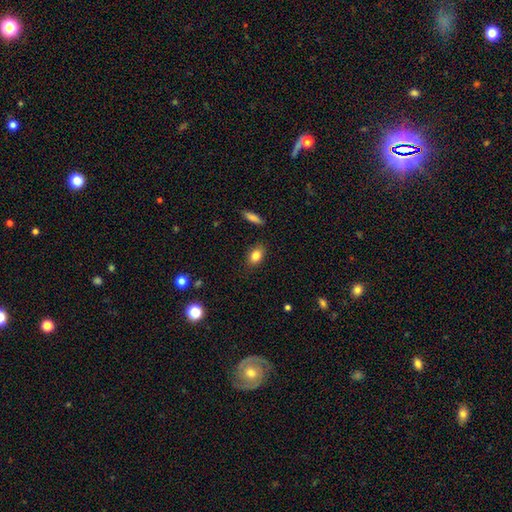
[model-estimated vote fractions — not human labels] Smooth or featured: smooth — 82% (featured or disk — 9%)
How rounded: in between — 80% (round — 17%)
Merging: none — 86% (minor disturbance — 10%)